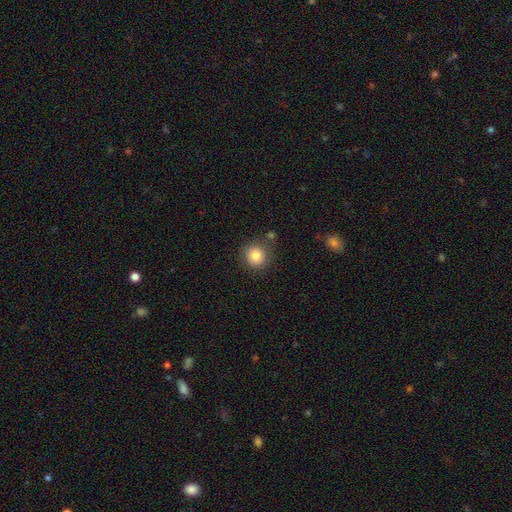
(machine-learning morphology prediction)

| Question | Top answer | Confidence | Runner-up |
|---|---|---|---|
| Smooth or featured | smooth | 83% | star or artifact (10%) |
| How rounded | round | 90% | in between (10%) |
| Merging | none | 79% | minor disturbance (12%) |